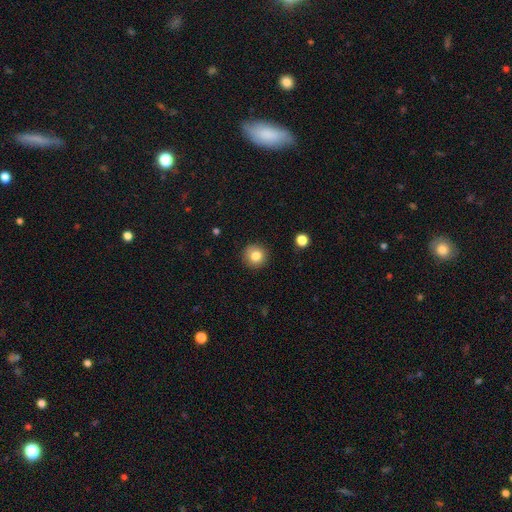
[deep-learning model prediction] Smooth or featured?
  - smooth: 82% *
  - star or artifact: 10%
  - featured or disk: 8%
How rounded?
  - round: 94% *
  - in between: 5%
  - cigar-shaped: 1%
Merging?
  - none: 91% *
  - minor disturbance: 6%
  - major disturbance: 2%
  - merger: 1%